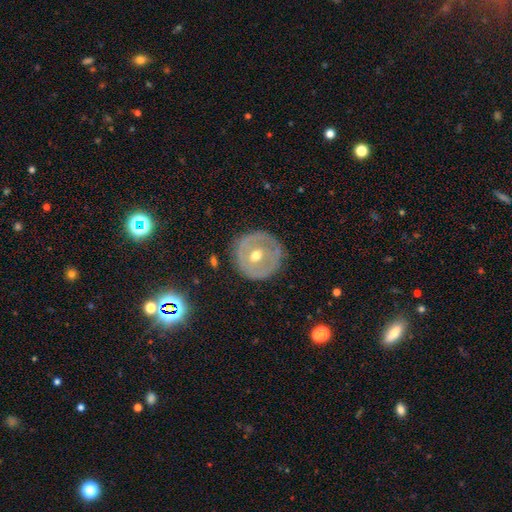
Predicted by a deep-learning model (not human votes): This appears to be a featured or disk galaxy (59%) with no bar (67%), no spiral arms (68%) and a moderate central bulge (74%). Merging: none (82%).